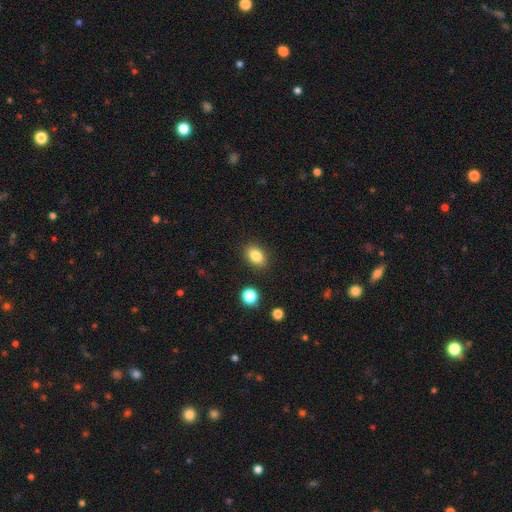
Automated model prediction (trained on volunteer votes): The model was most divided on "how rounded": in between: 83%, round: 15%, cigar-shaped: 2%. More confident: merging — none (87%); smooth or featured — smooth (84%).